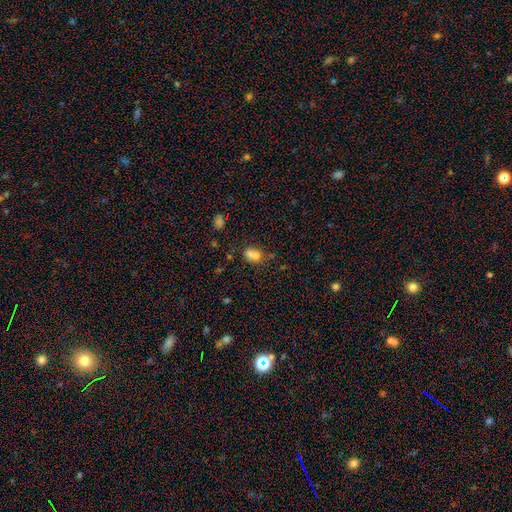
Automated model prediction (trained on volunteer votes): smooth 71%, star or artifact 15%, featured or disk 14%. Down the decision tree: how rounded — in between (54%); merging — merger (45%).